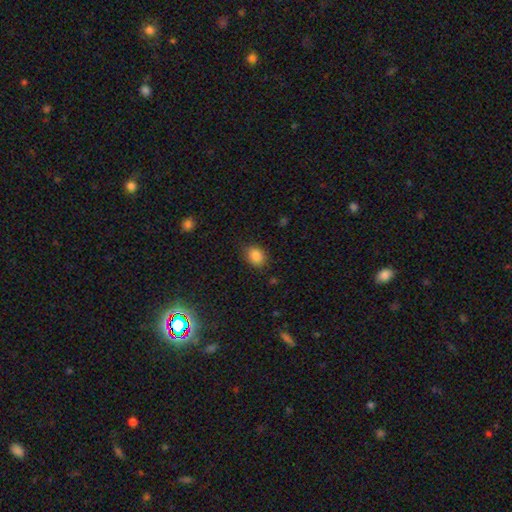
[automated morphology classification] This is clearly a smooth galaxy (85%). How rounded: possibly in between (55%). Merging: clearly none (83%).